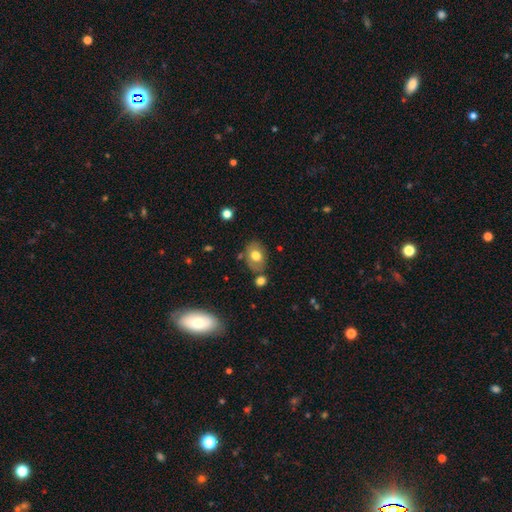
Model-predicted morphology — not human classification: smooth-or-featured: smooth: 69% | featured or disk: 22% | star or artifact: 9%
  how-rounded: in between: 72% | round: 27% | cigar-shaped: 1%
  merging: none: 69% | minor disturbance: 17% | merger: 10% | major disturbance: 5%